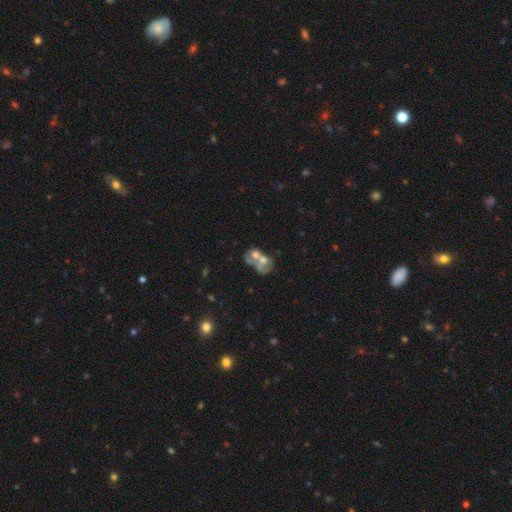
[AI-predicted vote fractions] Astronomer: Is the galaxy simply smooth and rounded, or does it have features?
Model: featured or disk — 49% (runner-up: smooth, 40%).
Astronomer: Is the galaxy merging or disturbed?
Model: merger — 68%.